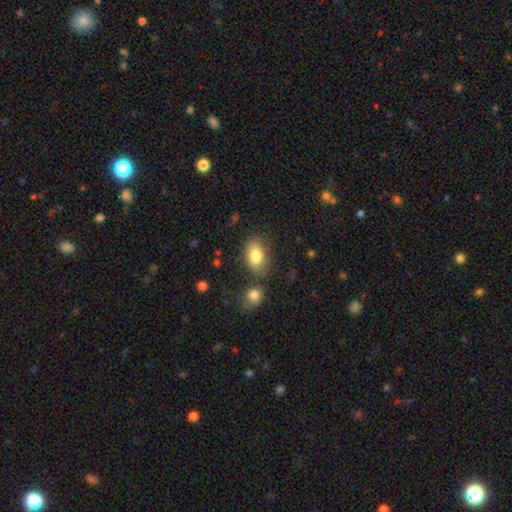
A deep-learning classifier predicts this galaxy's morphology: Q: Smooth or featured?
A: smooth (82%); runner-up: featured or disk (11%)
Q: How rounded?
A: in between (86%); runner-up: round (13%)
Q: Merging?
A: none (71%); runner-up: minor disturbance (15%)